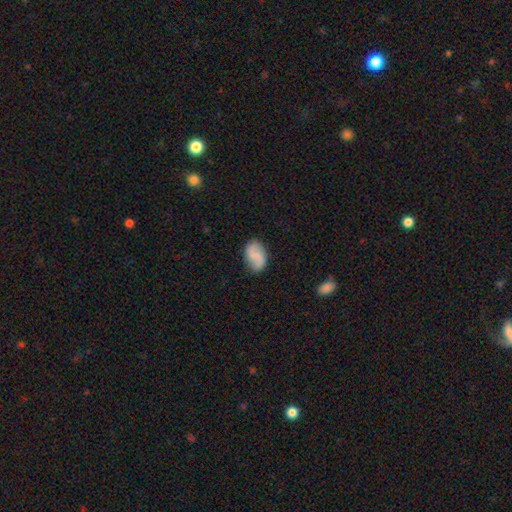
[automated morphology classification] smooth_or_featured: smooth (p=0.52) [alt: featured or disk p=0.40]
how_rounded: in between (p=0.89) [alt: round p=0.09]
merging: none (p=0.80) [alt: minor disturbance p=0.15]